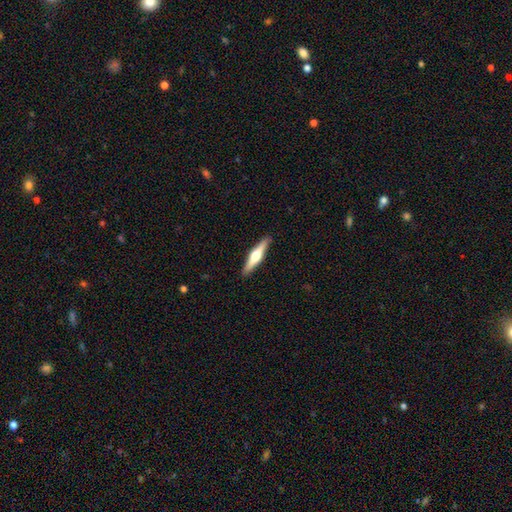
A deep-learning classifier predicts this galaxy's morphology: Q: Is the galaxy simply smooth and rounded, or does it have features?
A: featured or disk — 67%.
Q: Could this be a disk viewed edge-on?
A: yes — 97%.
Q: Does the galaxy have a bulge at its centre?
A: rounded — 94%.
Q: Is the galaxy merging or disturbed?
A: none — 91%.